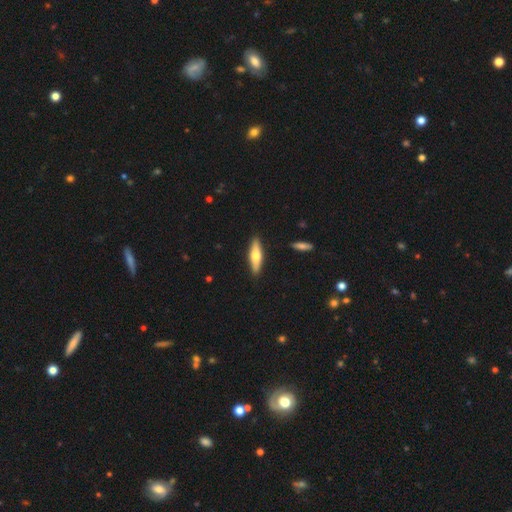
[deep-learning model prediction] smooth 50%, featured or disk 45%, star or artifact 5%. Down the decision tree: merging — none (89%).